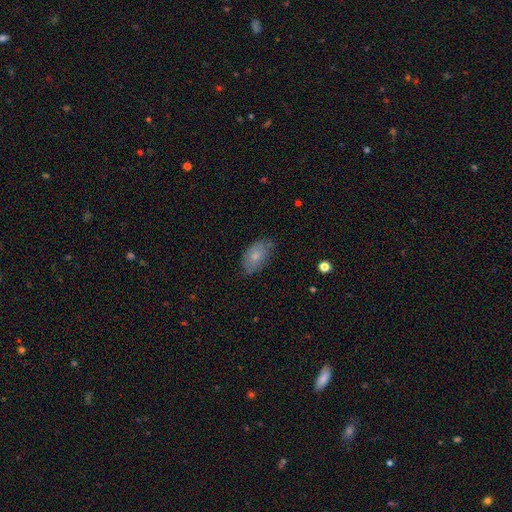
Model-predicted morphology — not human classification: smooth-or-featured: smooth: 74% | featured or disk: 19% | star or artifact: 7%
  how-rounded: in between: 91% | round: 7% | cigar-shaped: 2%
  merging: none: 69% | minor disturbance: 24% | major disturbance: 5% | merger: 2%